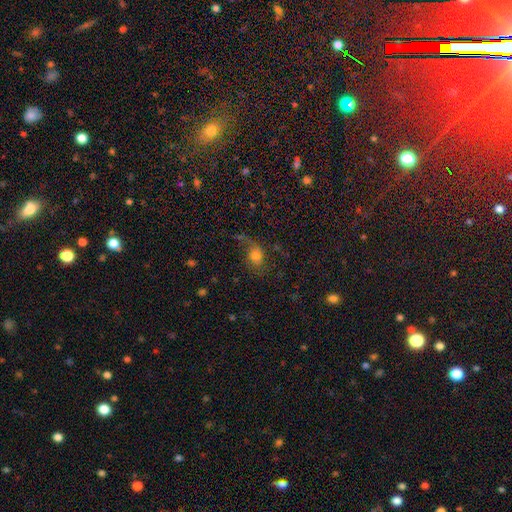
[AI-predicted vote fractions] A smooth galaxy with no disk features (54%) that is in between round and cigar-shaped (56%). Merging: none (46%).